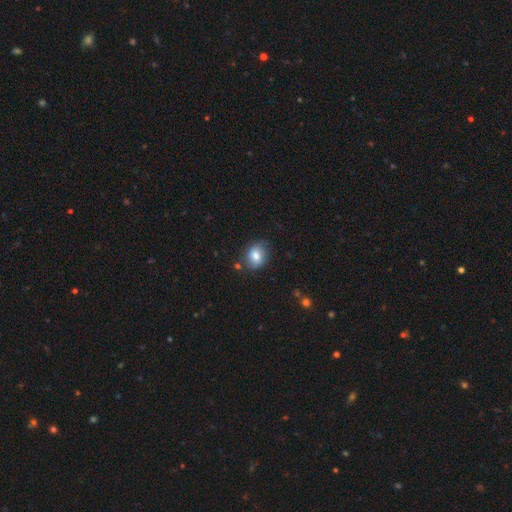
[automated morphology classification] type=smooth (79%); roundness=in between (51%); merging=none (77%).